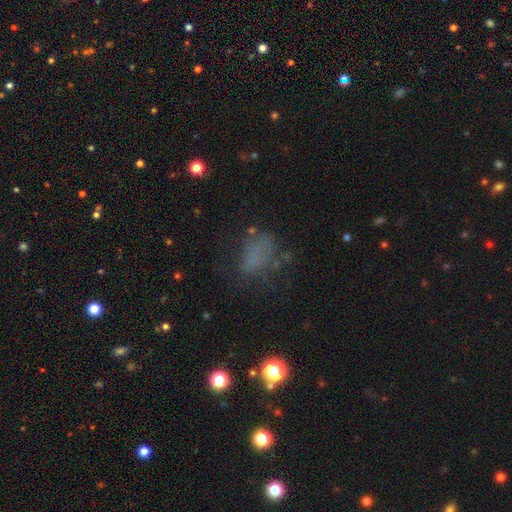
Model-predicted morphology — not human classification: Overall: smooth (54%; star or artifact 25%). How rounded: in between (75%). Merging: none (45%; major disturbance 27%).